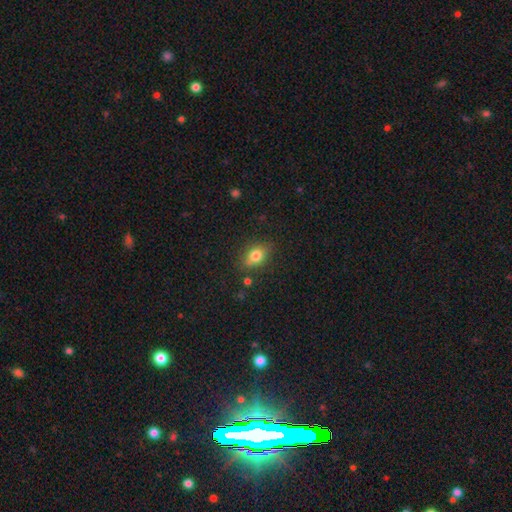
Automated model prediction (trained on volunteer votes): smooth_or_featured: smooth (p=0.78) [alt: featured or disk p=0.12]
how_rounded: in between (p=0.71) [alt: round p=0.26]
merging: none (p=0.79) [alt: minor disturbance p=0.15]